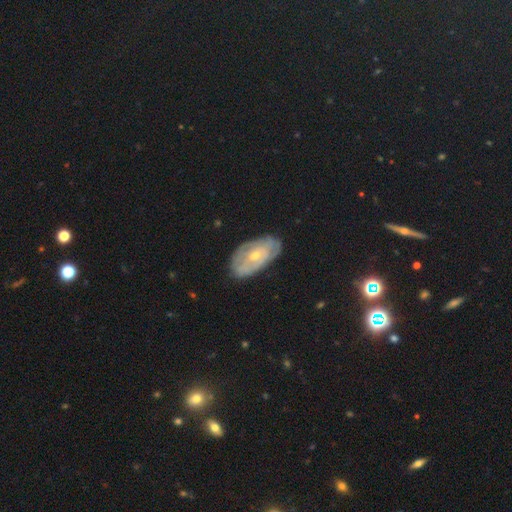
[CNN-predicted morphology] Q: Smooth or featured?
A: featured or disk (65%); runner-up: smooth (27%)
Q: Edge-on disk?
A: no (90%); runner-up: yes (10%)
Q: Bar?
A: no (68%); runner-up: weak (26%)
Q: Spiral arms?
A: yes (65%); runner-up: no (35%)
Q: Bulge size?
A: small (49%); runner-up: moderate (47%)
Q: Merging?
A: none (75%); runner-up: minor disturbance (19%)